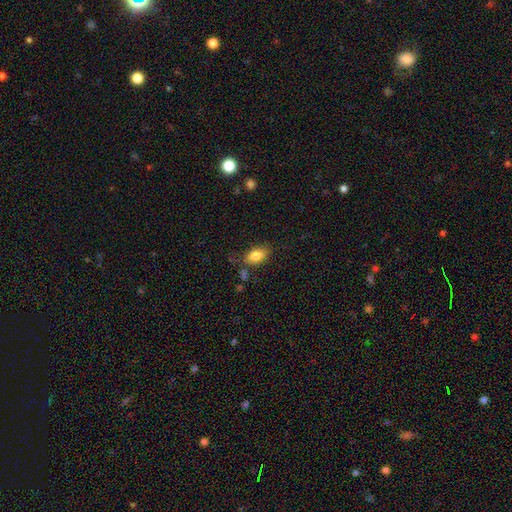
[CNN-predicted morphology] Smooth or featured?
  - smooth: 82% *
  - featured or disk: 10%
  - star or artifact: 8%
How rounded?
  - in between: 87% *
  - round: 10%
  - cigar-shaped: 3%
Merging?
  - none: 71% *
  - minor disturbance: 18%
  - merger: 6%
  - major disturbance: 5%